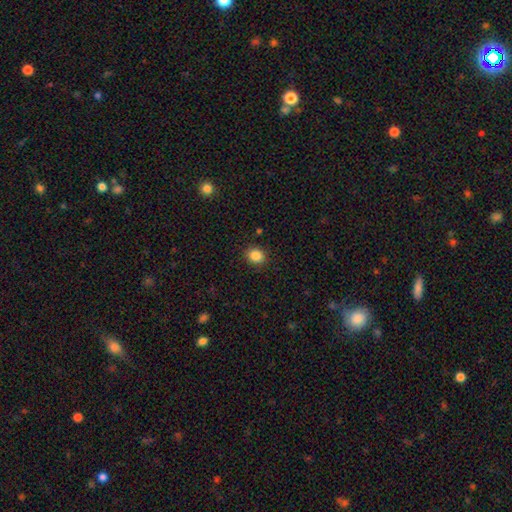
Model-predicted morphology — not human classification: Smooth or featured? smooth (86%)
How rounded? round (62%)
Merging? none (89%)